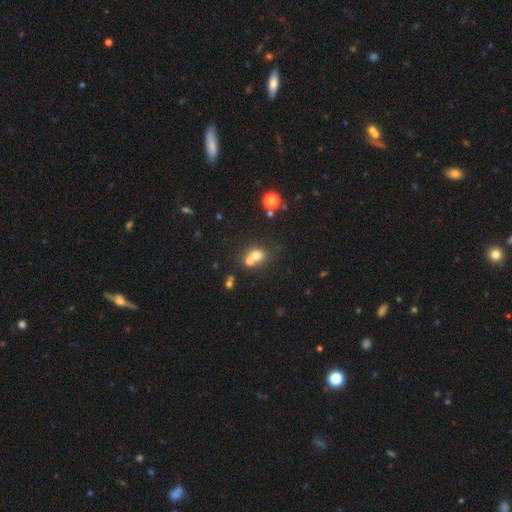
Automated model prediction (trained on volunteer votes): Overall: smooth (67%). How rounded: round (77%). Merging: merger (46%; none 42%).